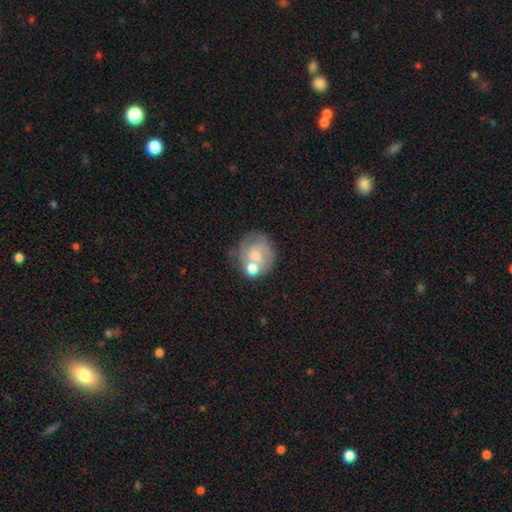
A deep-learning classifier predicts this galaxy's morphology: Smooth or featured: featured or disk — 48% (smooth — 44%)
Merging: none — 41% (merger — 32%)